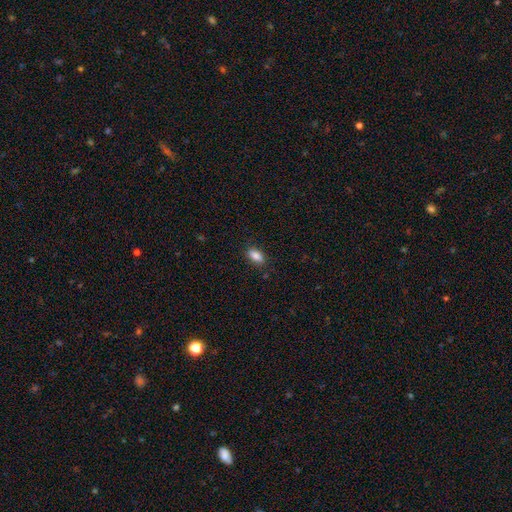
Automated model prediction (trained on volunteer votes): This is clearly a smooth galaxy (85%). How rounded: clearly in between (87%). Merging: clearly none (83%).